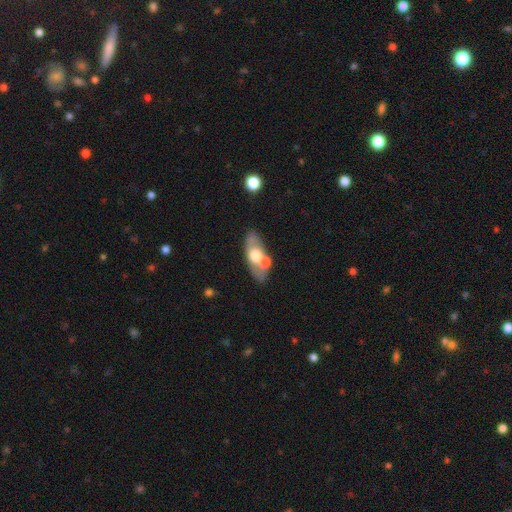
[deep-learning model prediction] A smooth galaxy with no disk features (51%) that is in between round and cigar-shaped (78%). Merging: none (63%).